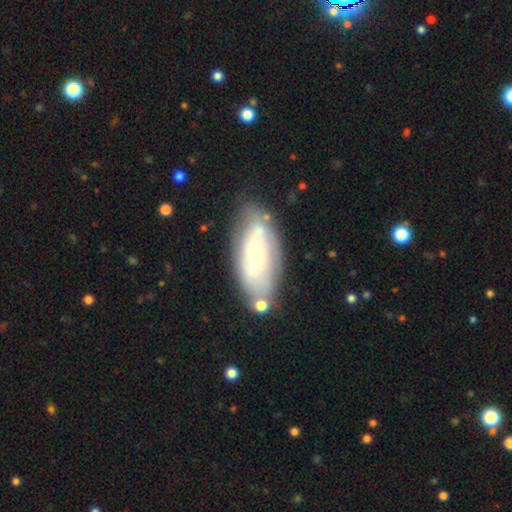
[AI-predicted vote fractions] The model was most divided on "bulge size": small: 57%, moderate: 36%, large: 3%, none: 2%, dominant: 1%. More confident: edge-on disk — no (89%); spiral arms — yes (70%); merging — none (67%); smooth or featured — featured or disk (61%); bar — no (59%).